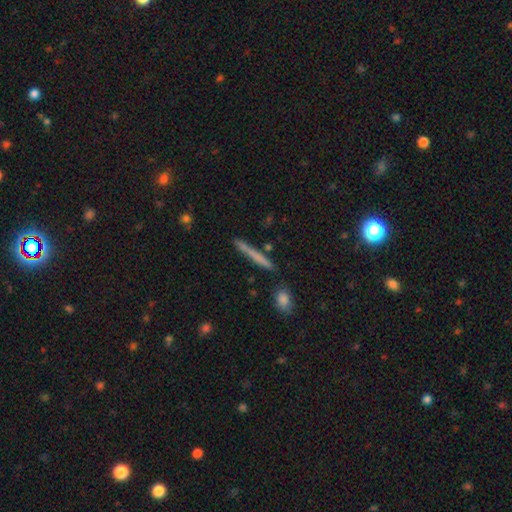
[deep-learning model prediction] Smooth or featured? smooth (62%)
How rounded? cigar-shaped (95%)
Merging? none (86%)